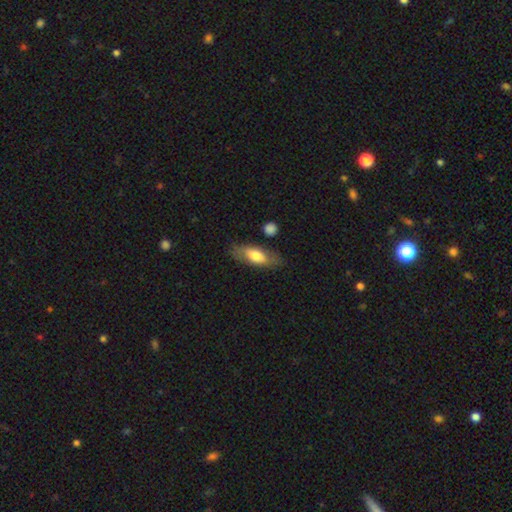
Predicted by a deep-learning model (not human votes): Smooth or featured? smooth (65%)
How rounded? in between (75%)
Merging? none (76%)